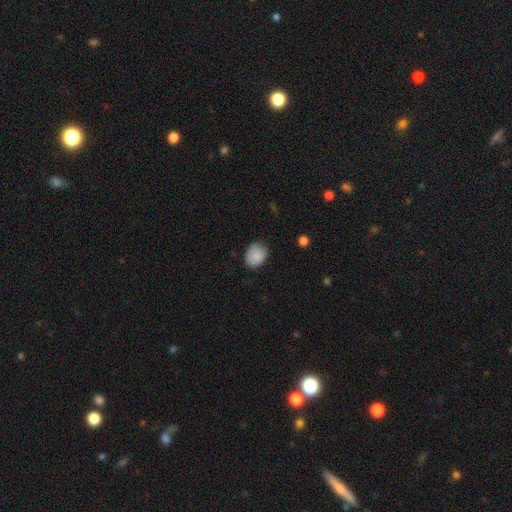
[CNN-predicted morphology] smooth-or-featured: smooth: 87% | star or artifact: 7% | featured or disk: 6%
  how-rounded: in between: 60% | round: 40% | cigar-shaped: 1%
  merging: none: 73% | minor disturbance: 22% | major disturbance: 4% | merger: 1%